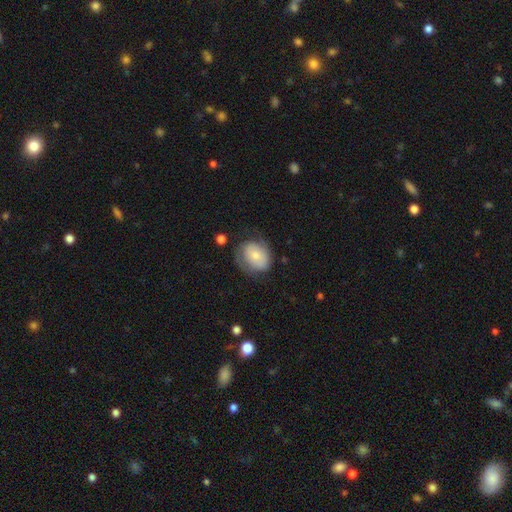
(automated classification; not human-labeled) Smooth or featured?
  - smooth: 58% *
  - featured or disk: 35%
  - star or artifact: 7%
How rounded?
  - round: 50% *
  - in between: 49%
  - cigar-shaped: 1%
Merging?
  - none: 52% *
  - minor disturbance: 30%
  - major disturbance: 16%
  - merger: 2%